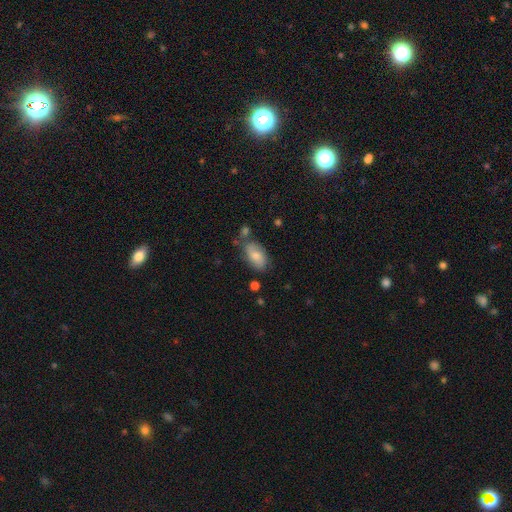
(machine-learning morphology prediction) Overall: smooth (74%). How rounded: in between (92%). Merging: none (63%).